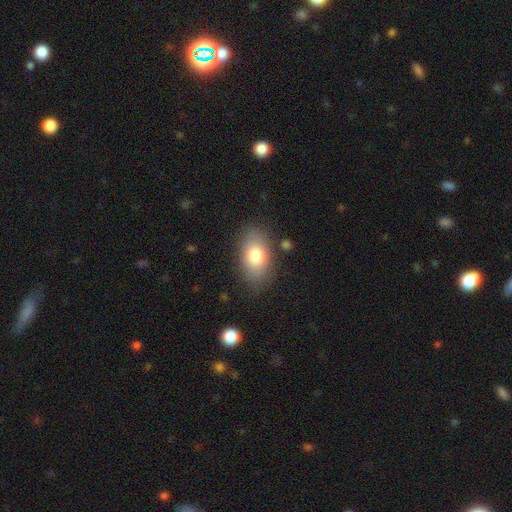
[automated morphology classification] Smooth or featured? smooth (79%)
How rounded? in between (90%)
Merging? none (81%)